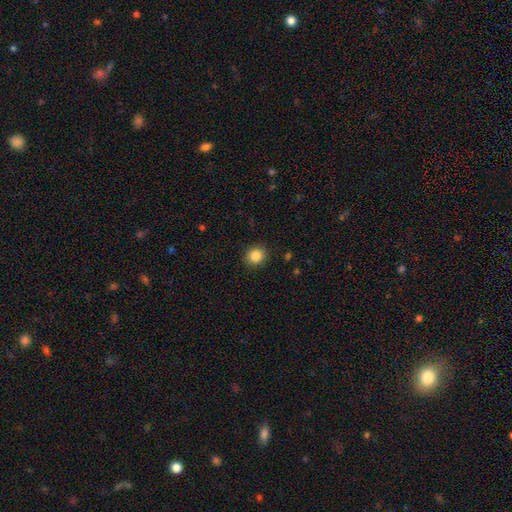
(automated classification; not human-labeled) A smooth galaxy with no disk features (85%) that is round (84%).

Vote fractions:
- Smooth or featured? smooth: 85% / star or artifact: 10% / featured or disk: 5%
- How rounded? round: 84% / in between: 15% / cigar-shaped: 1%
- Merging? none: 91% / minor disturbance: 6% / major disturbance: 2% / merger: 1%